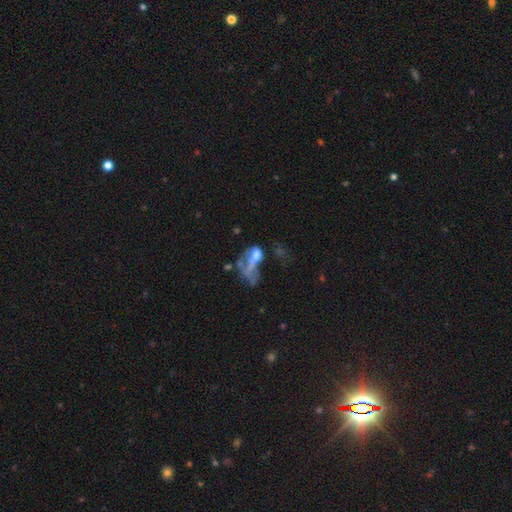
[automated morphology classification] A featured or disk galaxy (47%).

Vote fractions:
- Smooth or featured? featured or disk: 47% / smooth: 37% / star or artifact: 16%
- Merging? major disturbance: 46% / merger: 30% / none: 14% / minor disturbance: 10%